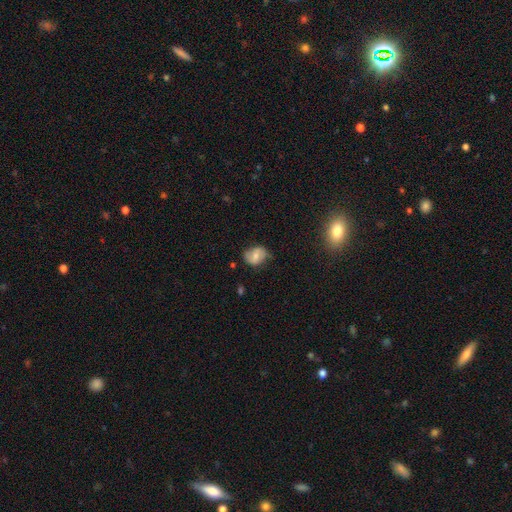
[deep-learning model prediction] smooth 54%, featured or disk 36%, star or artifact 9%. Down the decision tree: how rounded — in between (57%); merging — none (65%).